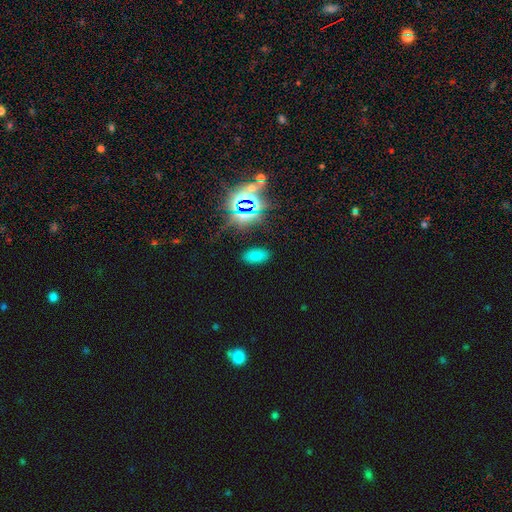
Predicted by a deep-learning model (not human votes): A smooth galaxy with no disk features (66%) that is in between round and cigar-shaped (92%).

Vote fractions:
- Smooth or featured? smooth: 66% / star or artifact: 29% / featured or disk: 6%
- How rounded? in between: 92% / round: 4% / cigar-shaped: 4%
- Merging? none: 85% / minor disturbance: 9% / major disturbance: 3% / merger: 2%